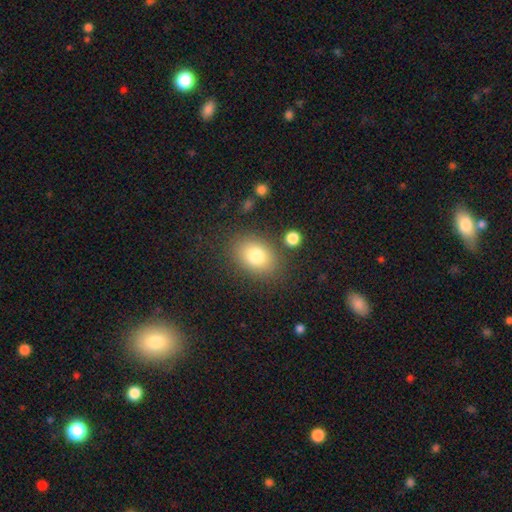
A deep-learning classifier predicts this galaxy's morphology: smooth-or-featured: smooth: 80% | featured or disk: 10% | star or artifact: 10%
  how-rounded: in between: 70% | round: 29% | cigar-shaped: 1%
  merging: none: 81% | minor disturbance: 11% | major disturbance: 5% | merger: 4%